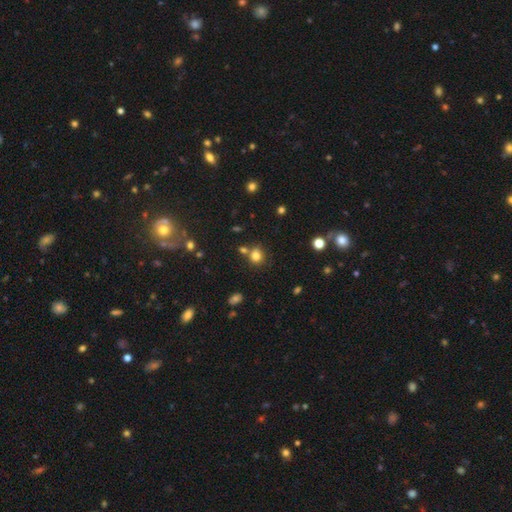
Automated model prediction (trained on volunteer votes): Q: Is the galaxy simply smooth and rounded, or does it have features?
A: smooth — 78%.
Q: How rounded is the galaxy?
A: round — 78%.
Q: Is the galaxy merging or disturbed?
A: none — 63%.